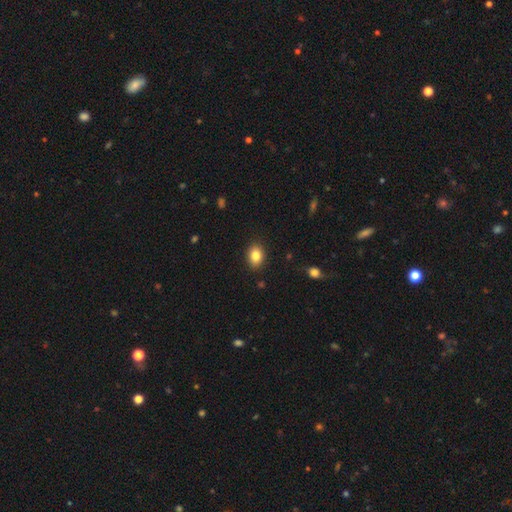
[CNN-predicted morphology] Smooth or featured: smooth — 84% (star or artifact — 9%)
How rounded: in between — 67% (round — 32%)
Merging: none — 89% (minor disturbance — 8%)